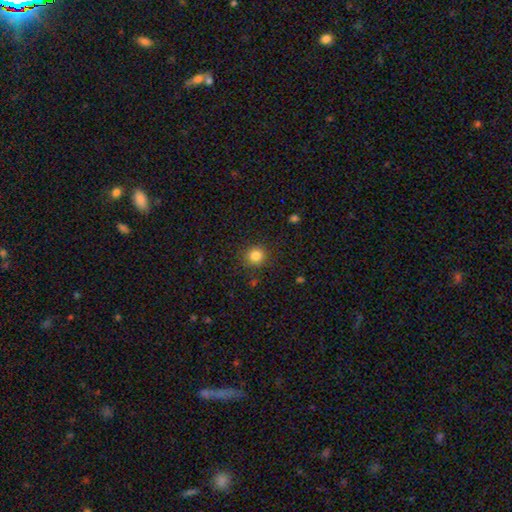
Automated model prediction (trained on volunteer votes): Morphology: type=smooth (84%); roundness=round (90%); merging=none (88%).